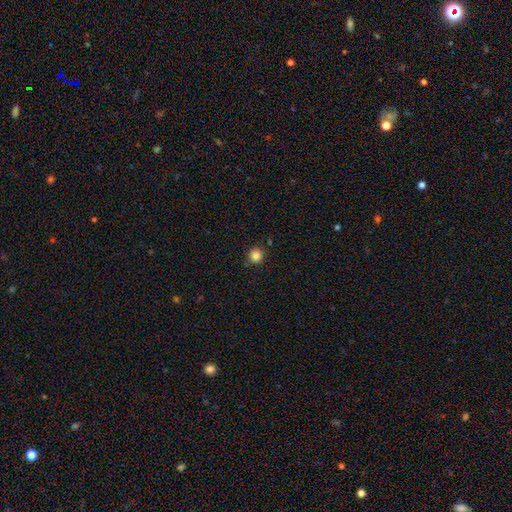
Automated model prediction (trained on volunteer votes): Smooth or featured: smooth — 84% (star or artifact — 12%)
How rounded: round — 95% (in between — 4%)
Merging: none — 88% (minor disturbance — 8%)